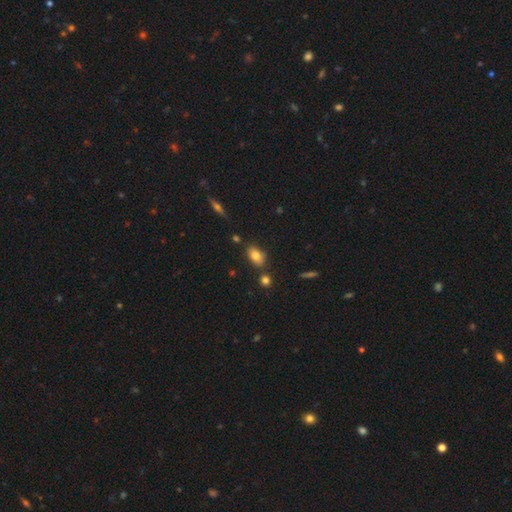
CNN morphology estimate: type=smooth (81%); roundness=in between (87%); merging=none (76%).